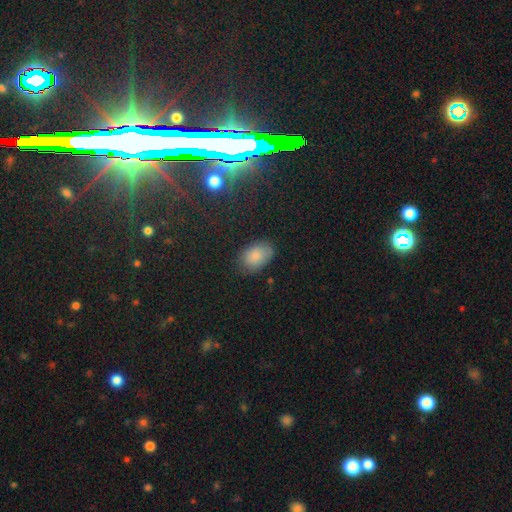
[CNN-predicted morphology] Smooth or featured? Predicted: smooth (p=0.84). How rounded? Predicted: in between (p=0.89). Merging? Predicted: none (p=0.78).